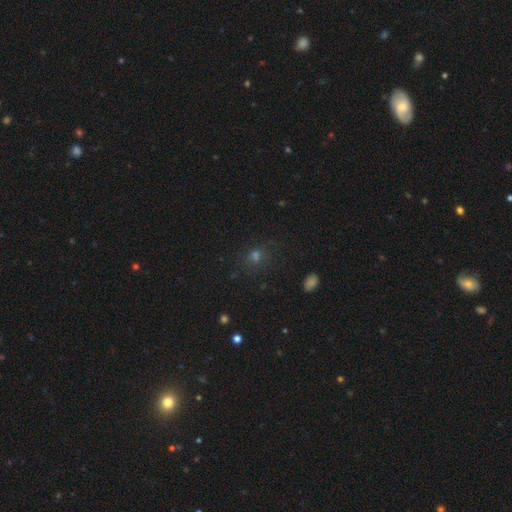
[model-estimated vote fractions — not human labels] smooth 54%, star or artifact 36%, featured or disk 11%. Down the decision tree: how rounded — round (69%); merging — none (76%).